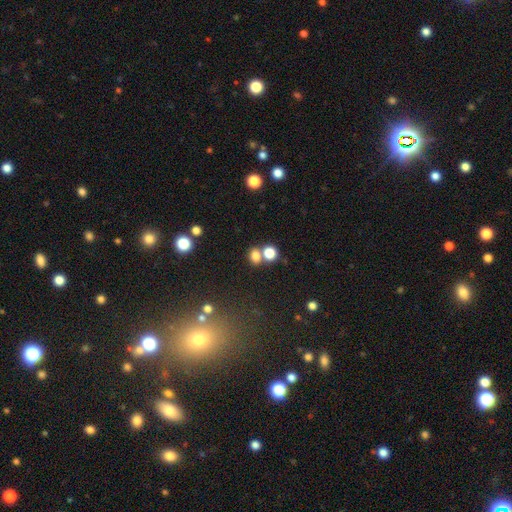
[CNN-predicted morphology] Smooth or featured: smooth — 75% (star or artifact — 16%)
How rounded: round — 52% (in between — 46%)
Merging: none — 52% (merger — 34%)